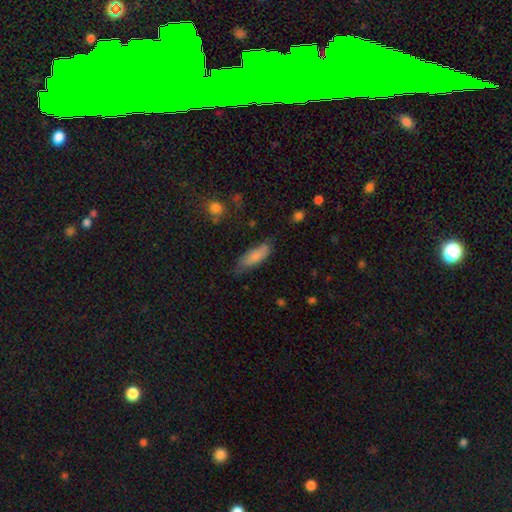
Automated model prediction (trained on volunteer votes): smooth 81%, featured or disk 13%, star or artifact 6%. Down the decision tree: how rounded — in between (60%); merging — none (63%).